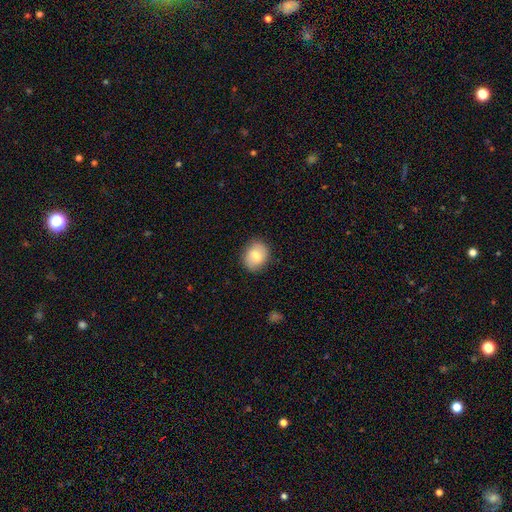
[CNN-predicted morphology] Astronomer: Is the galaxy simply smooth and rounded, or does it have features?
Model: smooth — 74%.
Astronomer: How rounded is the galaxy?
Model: round — 59% (runner-up: in between, 40%).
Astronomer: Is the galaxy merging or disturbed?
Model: none — 86%.